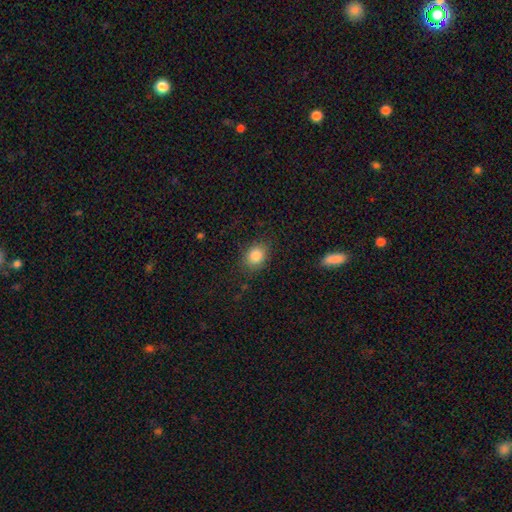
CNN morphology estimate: Smooth or featured? Predicted: smooth (p=0.85). How rounded? Predicted: in between (p=0.53). Merging? Predicted: none (p=0.83).